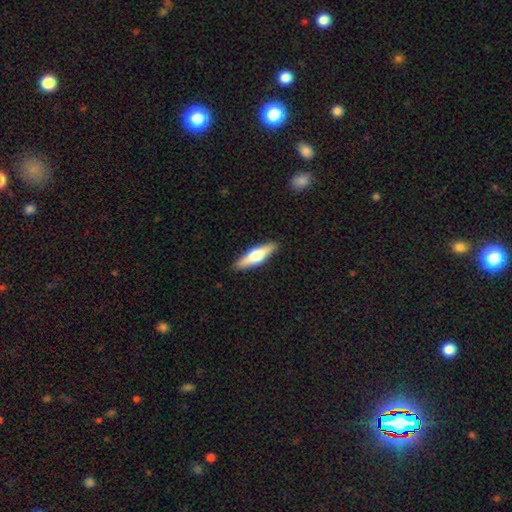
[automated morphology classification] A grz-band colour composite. It shows a featured or disk galaxy (49%). Merging: none (90%).